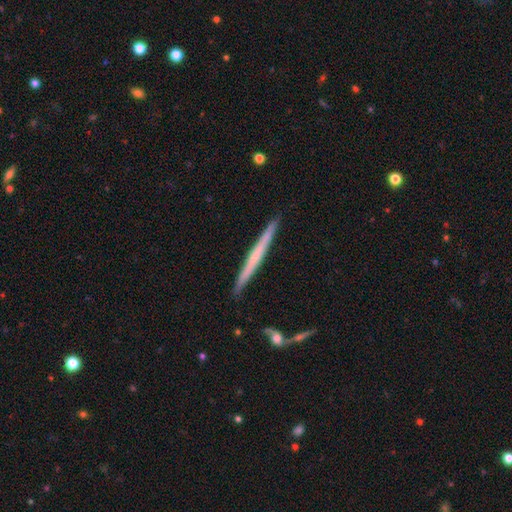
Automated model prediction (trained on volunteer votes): Q: Smooth or featured?
A: featured or disk (52%); runner-up: smooth (42%)
Q: Edge-on disk?
A: yes (97%); runner-up: no (3%)
Q: Edge-on bulge?
A: none (77%); runner-up: rounded (18%)
Q: Merging?
A: none (91%); runner-up: minor disturbance (6%)